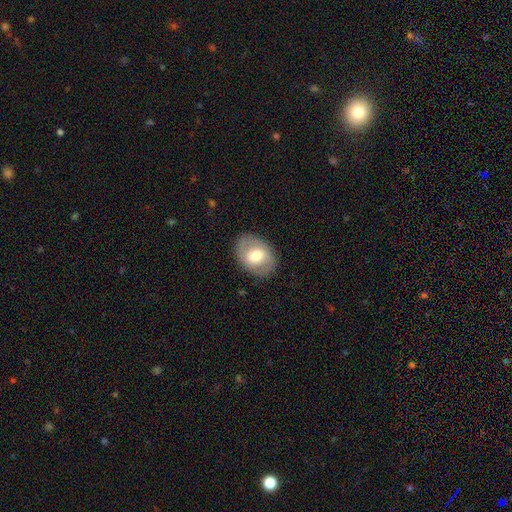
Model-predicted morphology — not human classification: Smooth or featured? smooth (51%)
How rounded? in between (68%)
Merging? none (83%)